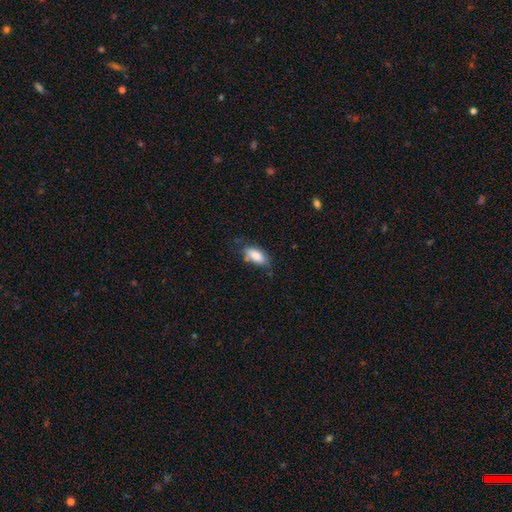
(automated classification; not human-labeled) smooth_or_featured: smooth (p=0.82) [alt: featured or disk p=0.11]
how_rounded: in between (p=0.88) [alt: cigar-shaped p=0.09]
merging: none (p=0.55) [alt: minor disturbance p=0.32]